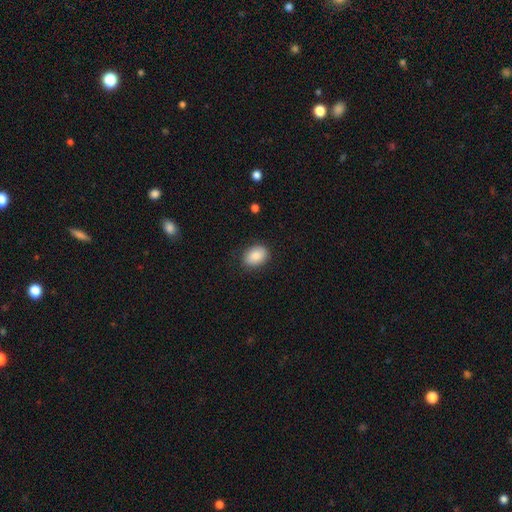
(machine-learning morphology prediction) A smooth galaxy with no disk features (87%) that is in between round and cigar-shaped (76%). Merging: none (84%).